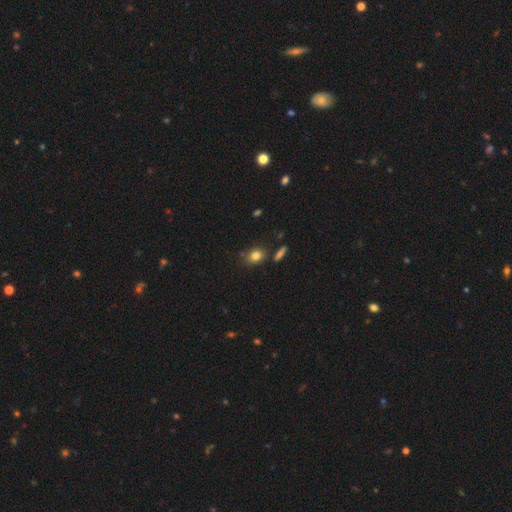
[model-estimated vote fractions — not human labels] Q: Smooth or featured?
A: smooth (81%); runner-up: star or artifact (11%)
Q: How rounded?
A: in between (52%); runner-up: round (46%)
Q: Merging?
A: none (74%); runner-up: minor disturbance (15%)